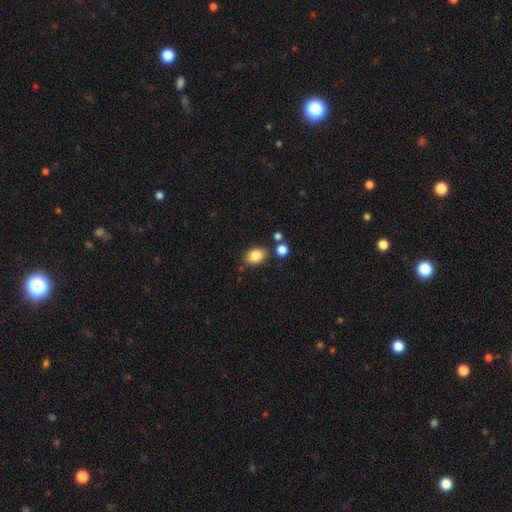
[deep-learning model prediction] The model was most divided on "how rounded": in between: 72%, round: 27%, cigar-shaped: 1%. More confident: smooth or featured — smooth (83%); merging — none (79%).